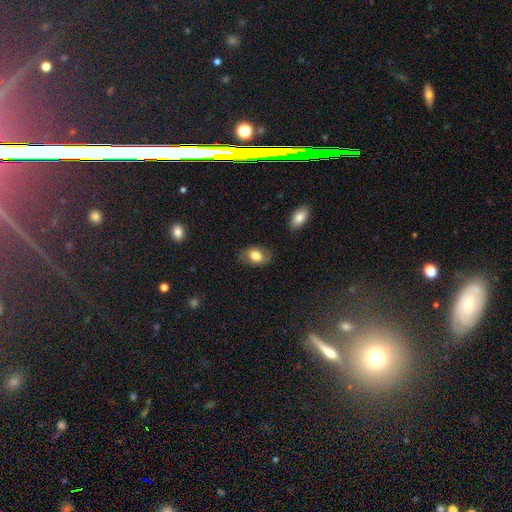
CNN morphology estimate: This appears to be a smooth galaxy with no disk features (74%) that is in between round and cigar-shaped (86%). Merging: none (74%).